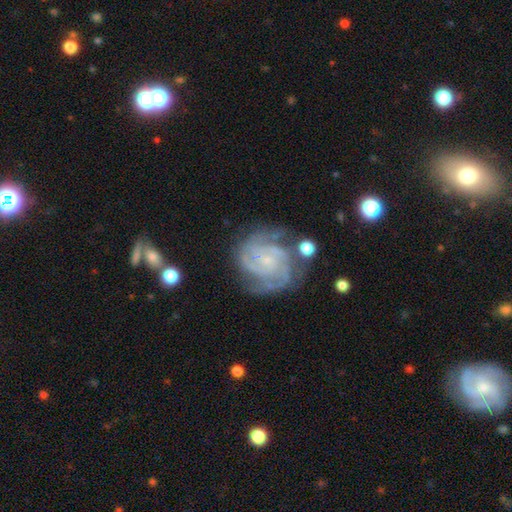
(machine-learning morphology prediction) type=featured or disk (88%); edge-on=no (98%); bar=no (66%); spiral arms=yes (97%); winding=tight (65%); arm count=3 (30%); bulge=small (75%); merging=none (61%).